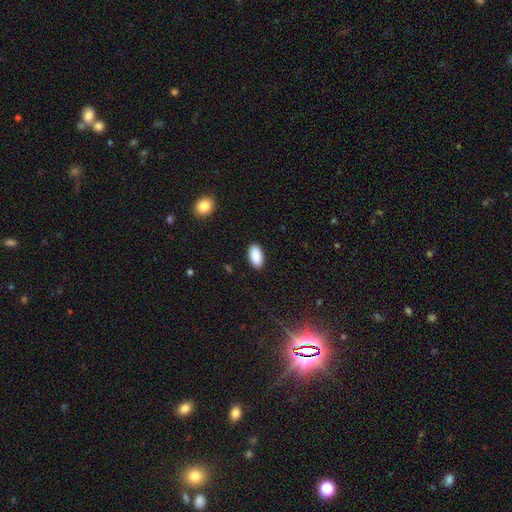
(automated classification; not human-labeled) A smooth galaxy with no disk features (91%) that is in between round and cigar-shaped (95%). Merging: none (90%).